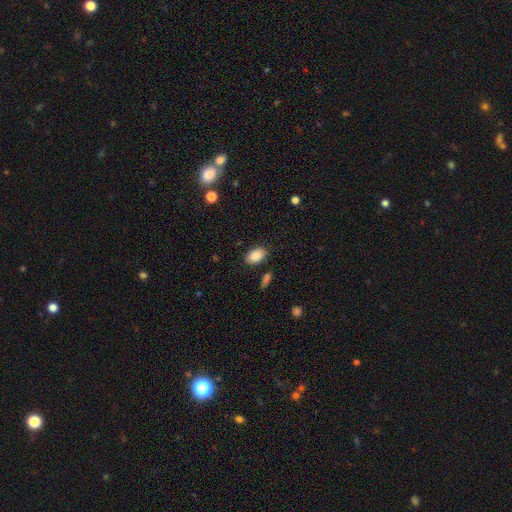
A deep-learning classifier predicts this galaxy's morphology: smooth-or-featured: smooth: 87% | star or artifact: 7% | featured or disk: 5%
  how-rounded: in between: 90% | round: 9% | cigar-shaped: 1%
  merging: none: 85% | minor disturbance: 10% | major disturbance: 3% | merger: 3%